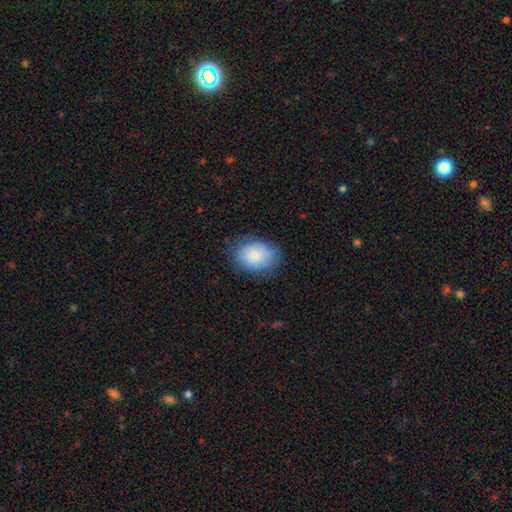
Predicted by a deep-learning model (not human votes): This appears to be a smooth galaxy with no disk features (81%) that is in between round and cigar-shaped (77%). Merging: none (75%).